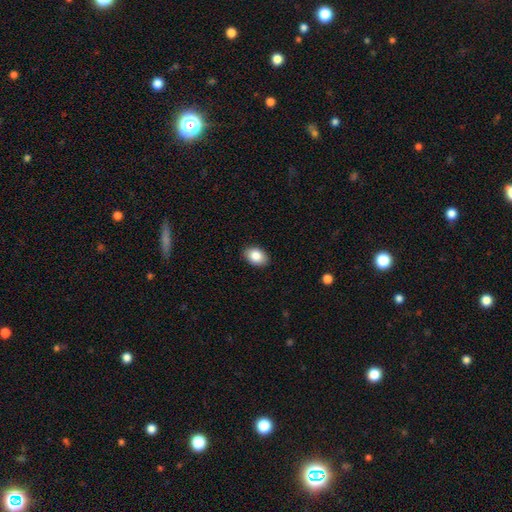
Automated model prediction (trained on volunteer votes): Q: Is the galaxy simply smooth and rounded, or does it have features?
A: smooth — 87%.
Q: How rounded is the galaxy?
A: in between — 84%.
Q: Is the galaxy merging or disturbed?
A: none — 89%.